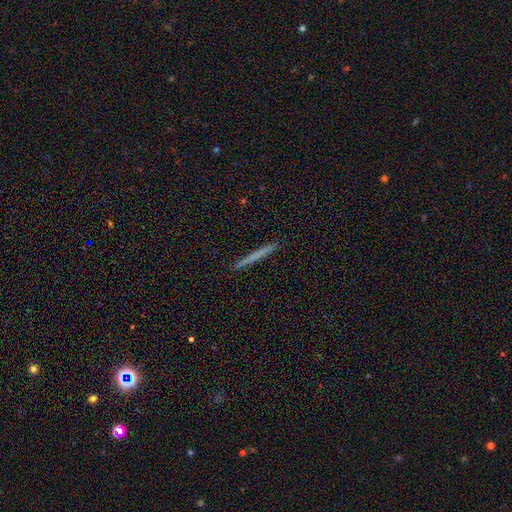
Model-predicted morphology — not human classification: Smooth or featured? Predicted: smooth (p=0.62). How rounded? Predicted: cigar-shaped (p=0.97). Merging? Predicted: none (p=0.93).